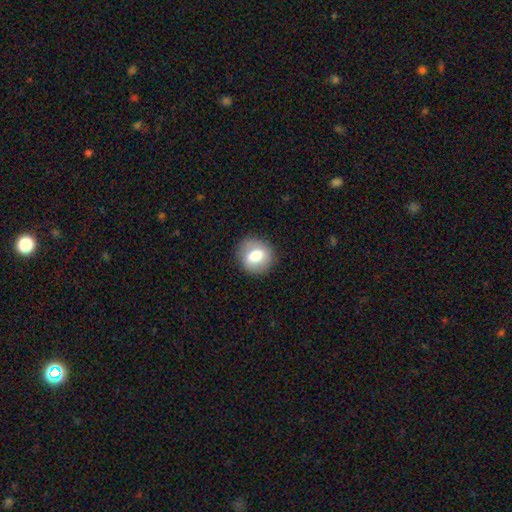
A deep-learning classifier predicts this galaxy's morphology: Q: Smooth or featured?
A: smooth (69%); runner-up: featured or disk (22%)
Q: How rounded?
A: round (74%); runner-up: in between (24%)
Q: Merging?
A: none (83%); runner-up: minor disturbance (12%)